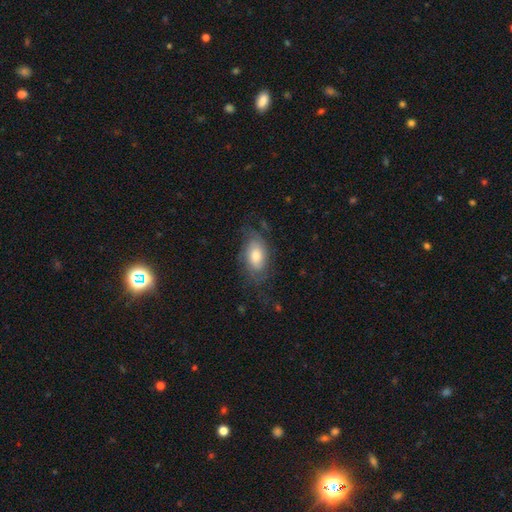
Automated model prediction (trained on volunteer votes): Smooth or featured? Predicted: featured or disk (p=0.51). Edge-on disk? Predicted: no (p=0.91). Merging? Predicted: none (p=0.63).